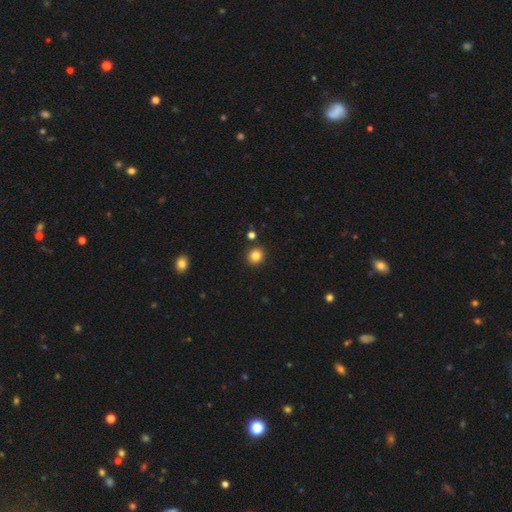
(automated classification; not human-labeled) Morphology: type=smooth (84%); roundness=round (89%); merging=none (89%).